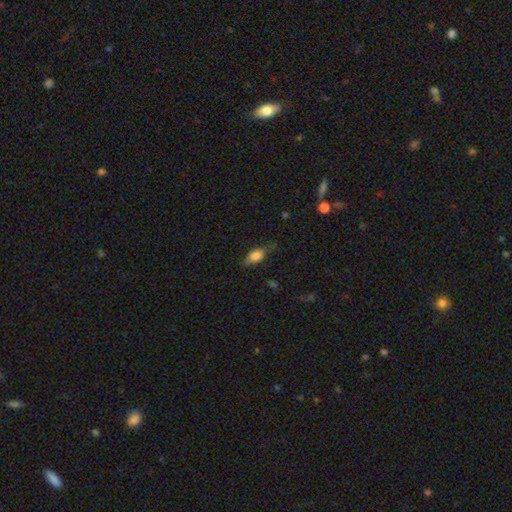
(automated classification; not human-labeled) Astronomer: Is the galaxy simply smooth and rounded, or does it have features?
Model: smooth — 75%.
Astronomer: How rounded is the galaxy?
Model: in between — 83%.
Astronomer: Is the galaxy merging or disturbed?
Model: none — 59%.